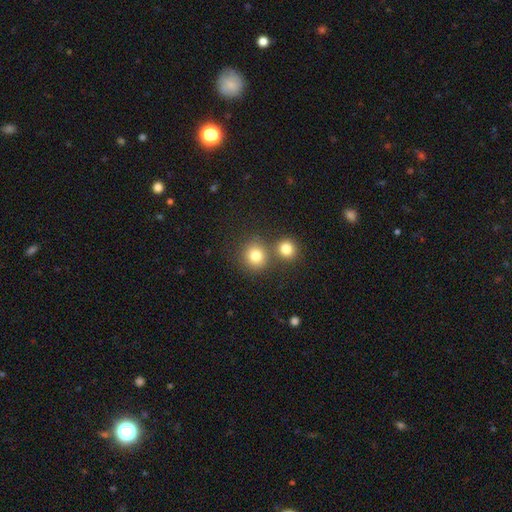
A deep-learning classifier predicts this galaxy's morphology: Smooth or featured? Predicted: smooth (p=0.80). How rounded? Predicted: round (p=0.89). Merging? Predicted: none (p=0.68).